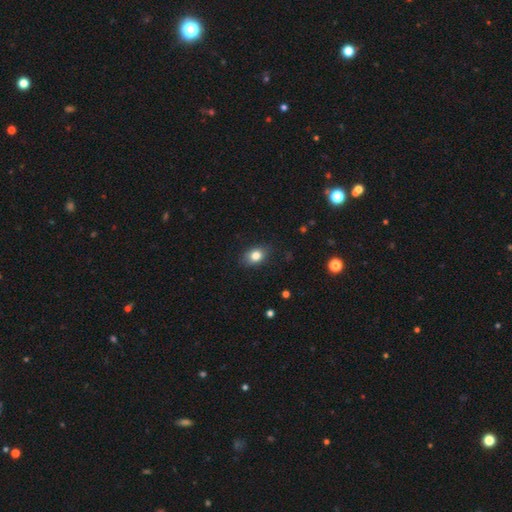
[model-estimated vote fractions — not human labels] A smooth galaxy with no disk features (82%) that is in between round and cigar-shaped (68%). Merging: none (84%).